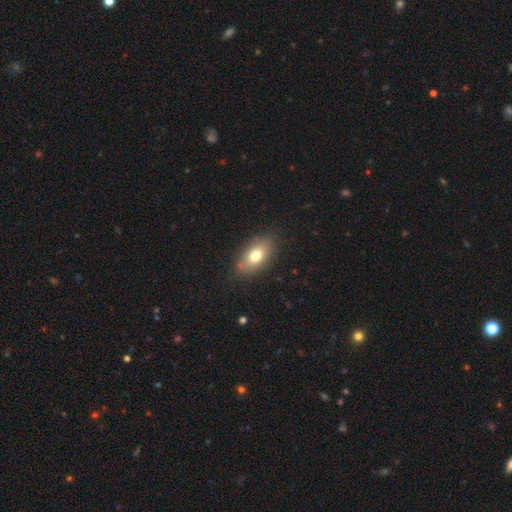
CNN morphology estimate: Smooth or featured? Predicted: smooth (p=0.73). How rounded? Predicted: in between (p=0.86). Merging? Predicted: none (p=0.82).